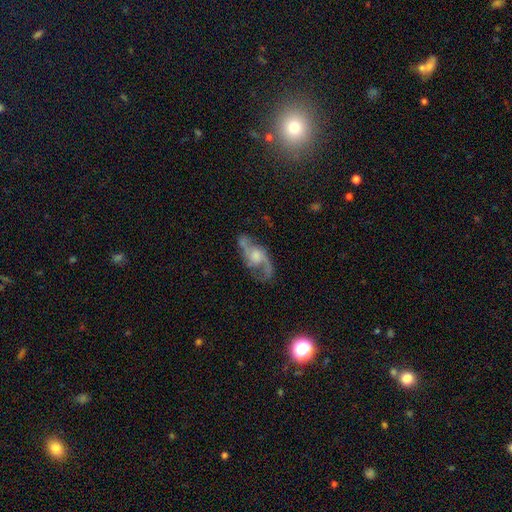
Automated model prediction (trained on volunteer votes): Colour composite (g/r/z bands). It shows a featured or disk galaxy (79%) with no bar (60%), 2 (83%) loose (52%) spiral arms (91%) and a moderate central bulge (44%). Merging: none (64%).